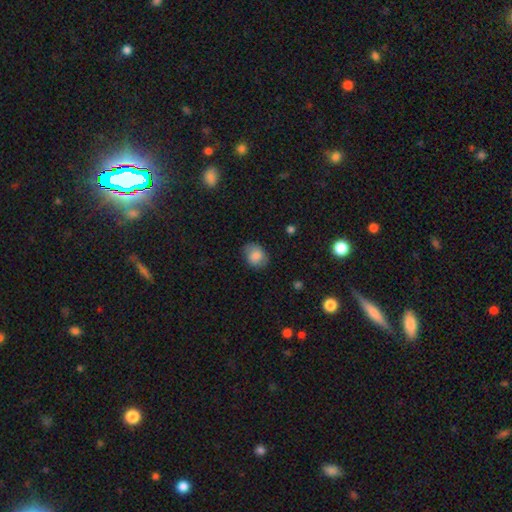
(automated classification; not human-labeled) This is clearly a smooth galaxy (80%). How rounded: possibly in between (55%). Merging: likely none (75%).